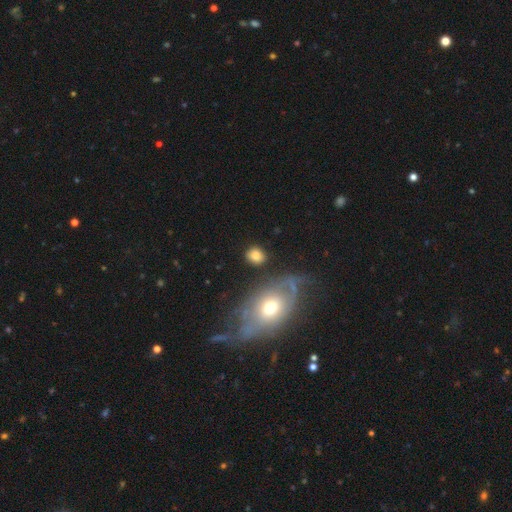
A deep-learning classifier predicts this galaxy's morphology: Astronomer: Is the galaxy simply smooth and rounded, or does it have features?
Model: smooth — 78%.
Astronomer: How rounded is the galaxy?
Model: round — 61% (runner-up: in between, 38%).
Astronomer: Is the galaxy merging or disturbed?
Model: none — 77%.